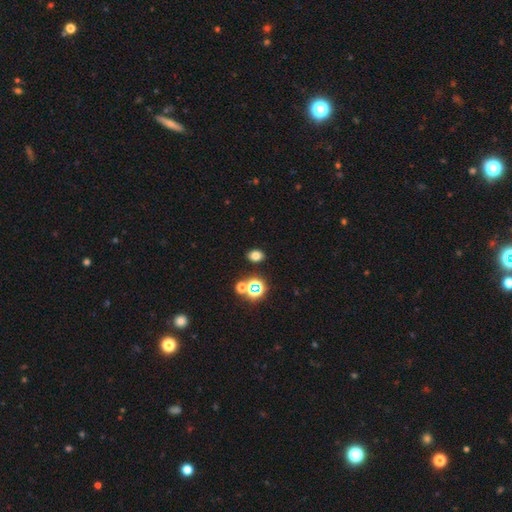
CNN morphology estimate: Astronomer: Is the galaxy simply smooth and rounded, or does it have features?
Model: smooth — 73%.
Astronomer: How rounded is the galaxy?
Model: in between — 64%.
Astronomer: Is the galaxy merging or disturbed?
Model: none — 86%.